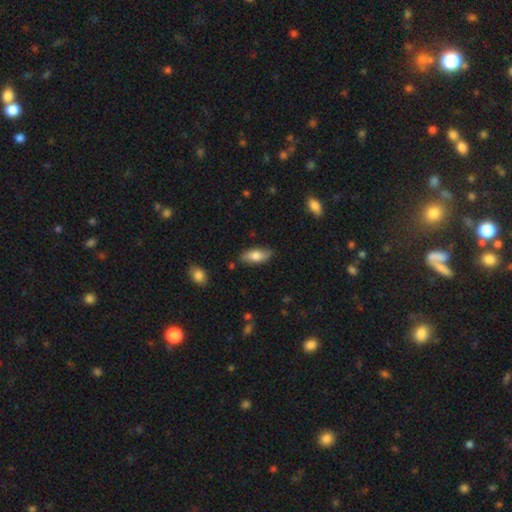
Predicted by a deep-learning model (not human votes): A smooth galaxy with no disk features (72%) that is in between round and cigar-shaped (79%).

Vote fractions:
- Smooth or featured? smooth: 72% / featured or disk: 21% / star or artifact: 6%
- How rounded? in between: 79% / cigar-shaped: 18% / round: 3%
- Merging? none: 82% / minor disturbance: 14% / major disturbance: 2% / merger: 2%